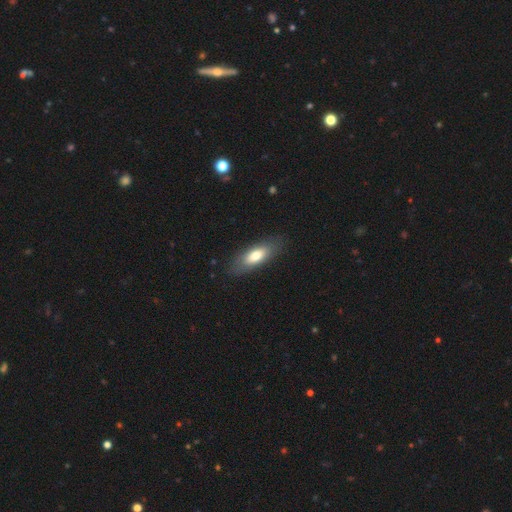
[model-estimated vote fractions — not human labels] smooth-or-featured: smooth: 72% | featured or disk: 22% | star or artifact: 6%
  how-rounded: in between: 73% | cigar-shaped: 25% | round: 2%
  merging: none: 84% | minor disturbance: 12% | major disturbance: 4% | merger: 1%